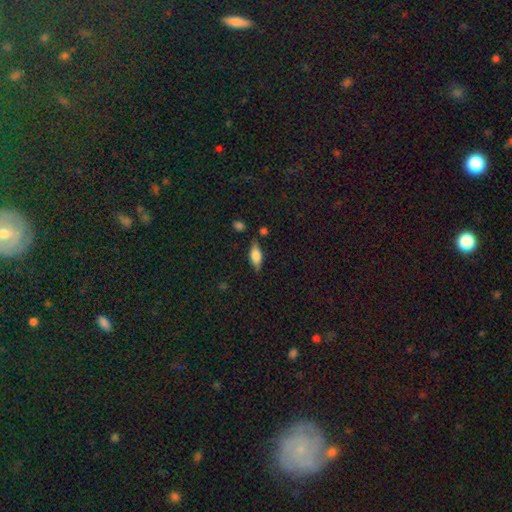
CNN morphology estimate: smooth_or_featured: smooth (p=0.65) [alt: featured or disk p=0.27]
how_rounded: in between (p=0.76) [alt: cigar-shaped p=0.21]
merging: none (p=0.76) [alt: minor disturbance p=0.16]